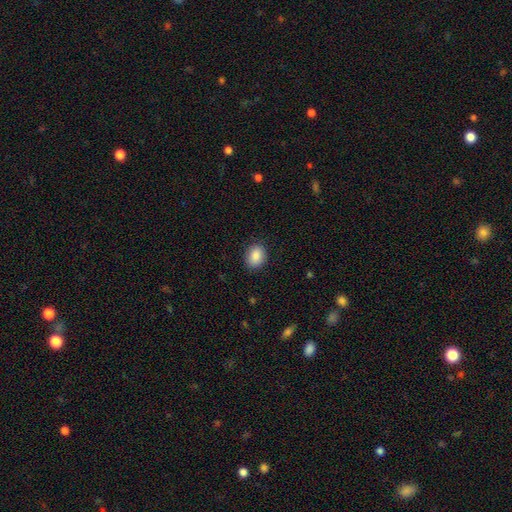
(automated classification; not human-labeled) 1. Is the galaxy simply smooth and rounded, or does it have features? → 88% smooth, 8% star or artifact, 5% featured or disk.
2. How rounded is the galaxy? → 61% in between, 38% round, 1% cigar-shaped.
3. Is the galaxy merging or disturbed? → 87% none, 10% minor disturbance, 2% major disturbance, 1% merger.